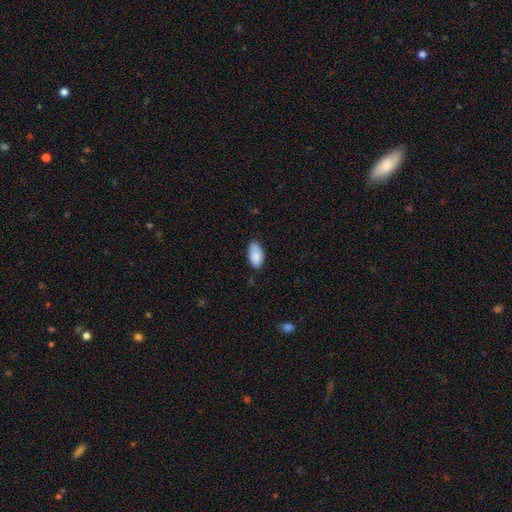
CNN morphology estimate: smooth-or-featured: smooth: 86% | featured or disk: 7% | star or artifact: 7%
  how-rounded: in between: 95% | round: 3% | cigar-shaped: 2%
  merging: none: 73% | minor disturbance: 22% | major disturbance: 3% | merger: 2%